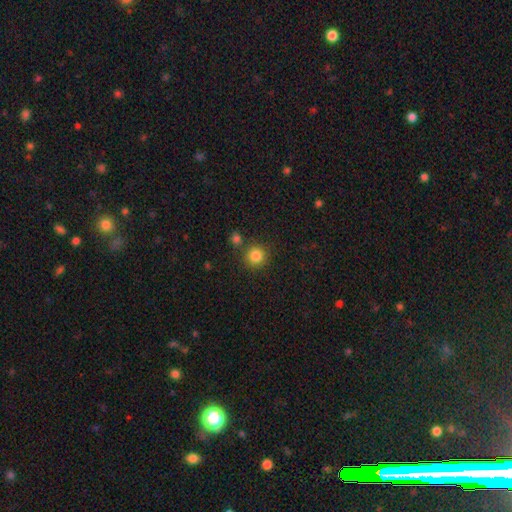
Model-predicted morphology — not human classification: smooth-or-featured: smooth: 84% | star or artifact: 12% | featured or disk: 5%
  how-rounded: round: 93% | in between: 6% | cigar-shaped: 1%
  merging: none: 80% | merger: 9% | minor disturbance: 8% | major disturbance: 3%